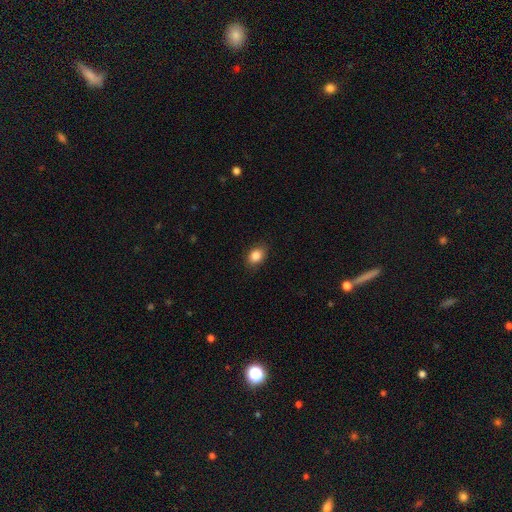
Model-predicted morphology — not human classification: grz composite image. It shows a smooth galaxy with no disk features (86%) that is in between round and cigar-shaped (70%). Merging: none (85%).